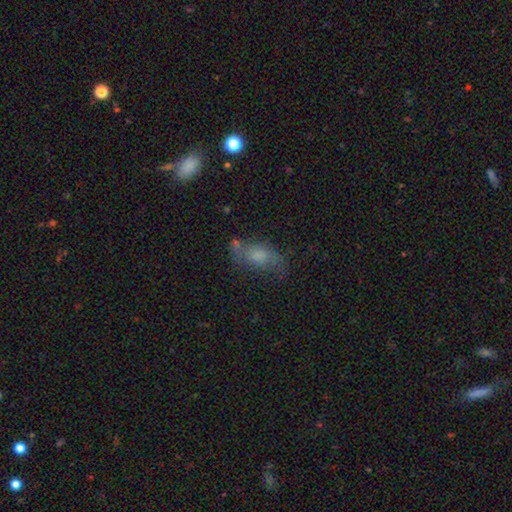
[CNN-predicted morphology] This is possibly a smooth galaxy (54%). How rounded: clearly in between (80%). Merging: possibly none (52%).